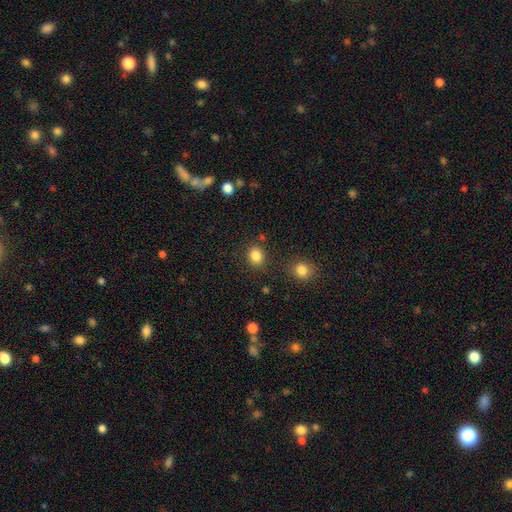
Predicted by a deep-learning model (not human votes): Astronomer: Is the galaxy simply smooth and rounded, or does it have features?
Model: smooth — 85%.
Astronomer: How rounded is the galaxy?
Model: round — 64%.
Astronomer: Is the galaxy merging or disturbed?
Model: none — 81%.